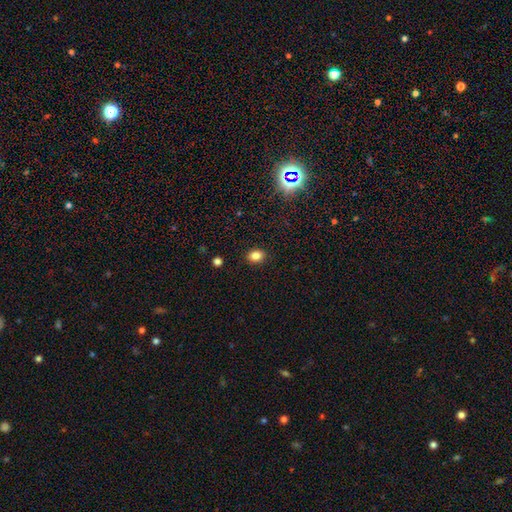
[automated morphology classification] This appears to be a smooth galaxy with no disk features (83%) that is in between round and cigar-shaped (57%). Merging: none (89%).